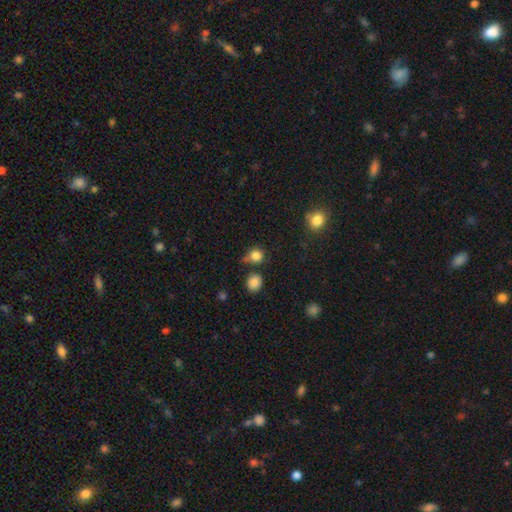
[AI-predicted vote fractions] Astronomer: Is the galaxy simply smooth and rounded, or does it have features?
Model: smooth — 82%.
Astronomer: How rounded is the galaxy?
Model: round — 88%.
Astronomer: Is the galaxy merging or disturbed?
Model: none — 65%.